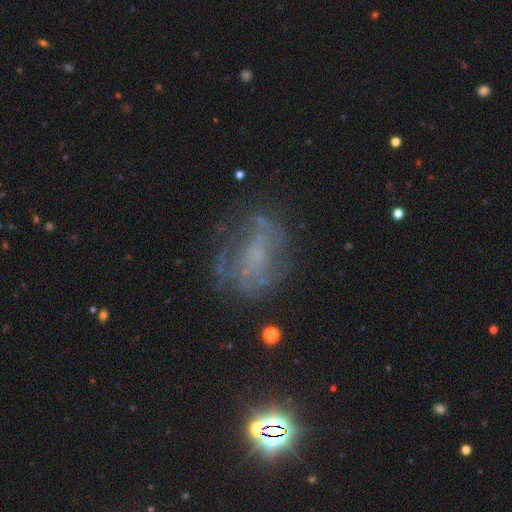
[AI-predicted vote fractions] Smooth or featured?
  - featured or disk: 55% *
  - smooth: 23%
  - star or artifact: 22%
Edge-on disk?
  - no: 96% *
  - yes: 4%
Bar?
  - no: 73% *
  - weak: 21%
  - strong: 6%
Spiral arms?
  - no: 52% *
  - yes: 48%
Bulge size?
  - none: 54% *
  - small: 27%
  - moderate: 14%
  - large: 3%
  - dominant: 1%
Merging?
  - none: 56% *
  - major disturbance: 21%
  - minor disturbance: 19%
  - merger: 3%